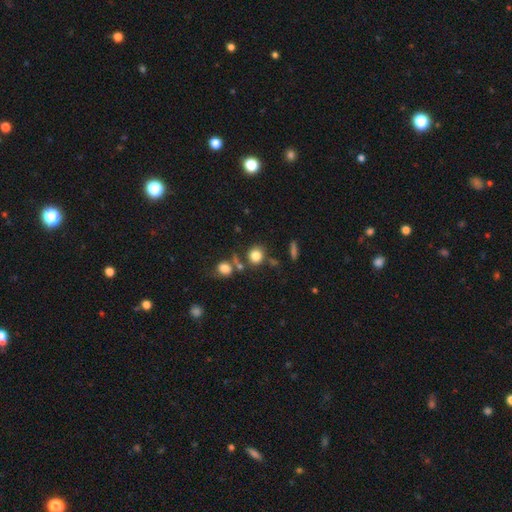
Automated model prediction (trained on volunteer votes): Smooth or featured? Predicted: smooth (p=0.80). How rounded? Predicted: round (p=0.80). Merging? Predicted: none (p=0.66).